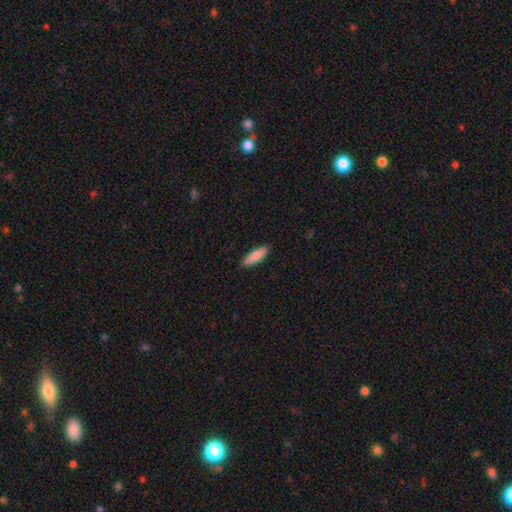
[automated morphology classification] smooth-or-featured: smooth: 87% | featured or disk: 8% | star or artifact: 6%
  how-rounded: in between: 51% | cigar-shaped: 48% | round: 2%
  merging: none: 88% | minor disturbance: 9% | major disturbance: 2% | merger: 1%